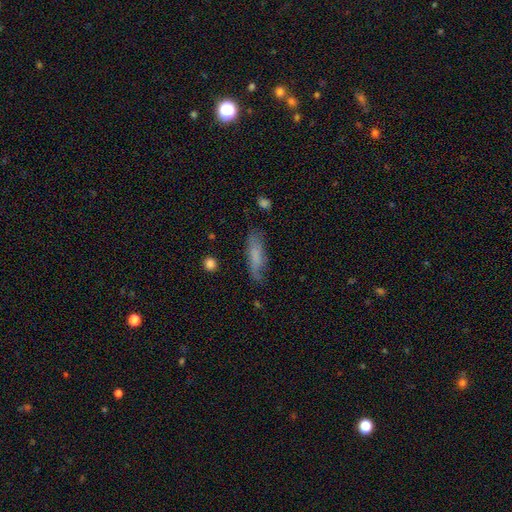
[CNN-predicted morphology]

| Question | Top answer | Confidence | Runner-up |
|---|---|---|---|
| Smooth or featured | smooth | 69% | featured or disk (23%) |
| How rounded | cigar-shaped | 64% | in between (34%) |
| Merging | none | 68% | minor disturbance (23%) |